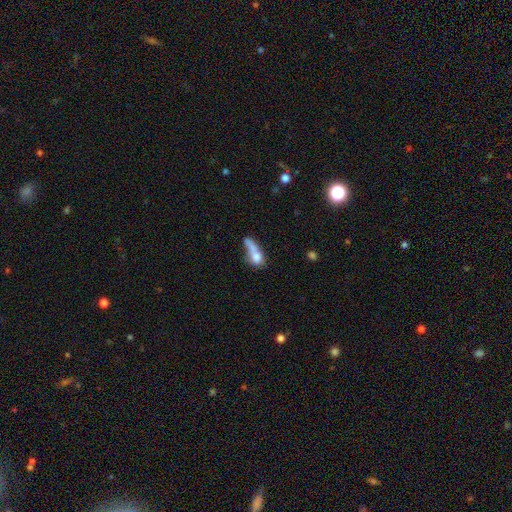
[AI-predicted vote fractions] smooth 66%, featured or disk 24%, star or artifact 10%. Down the decision tree: how rounded — in between (59%); merging — merger (38%).